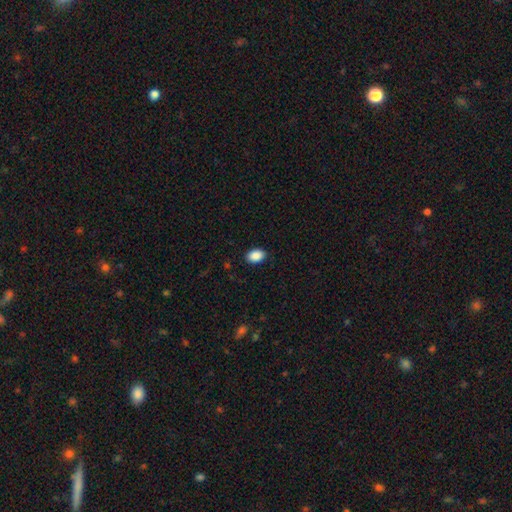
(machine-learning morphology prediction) smooth 90%, star or artifact 7%, featured or disk 3%. Down the decision tree: how rounded — in between (85%); merging — none (90%).